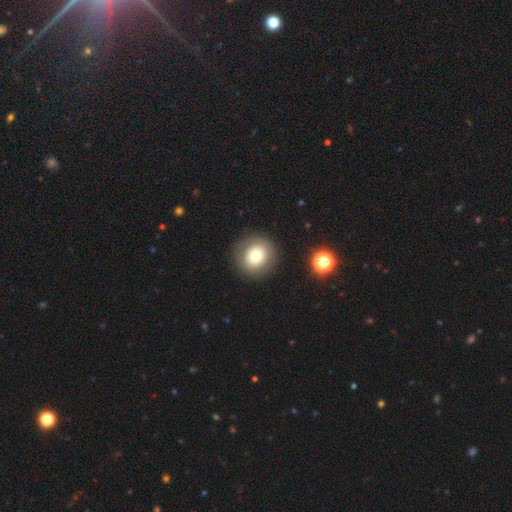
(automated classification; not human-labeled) Q: Smooth or featured?
A: smooth (75%); runner-up: featured or disk (14%)
Q: How rounded?
A: round (90%); runner-up: in between (9%)
Q: Merging?
A: none (89%); runner-up: minor disturbance (7%)